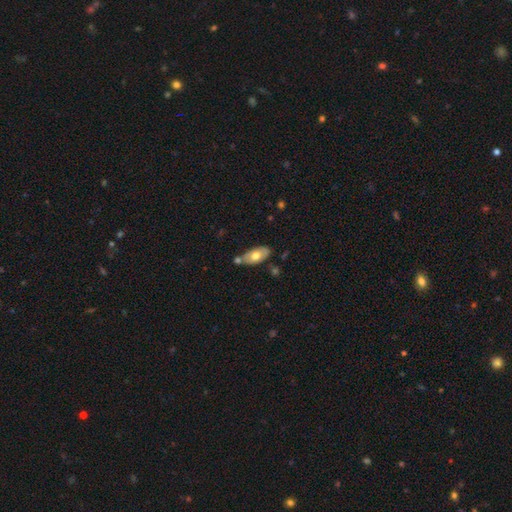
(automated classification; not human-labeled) smooth 60%, featured or disk 34%, star or artifact 6%. Down the decision tree: how rounded — in between (90%); merging — none (62%).